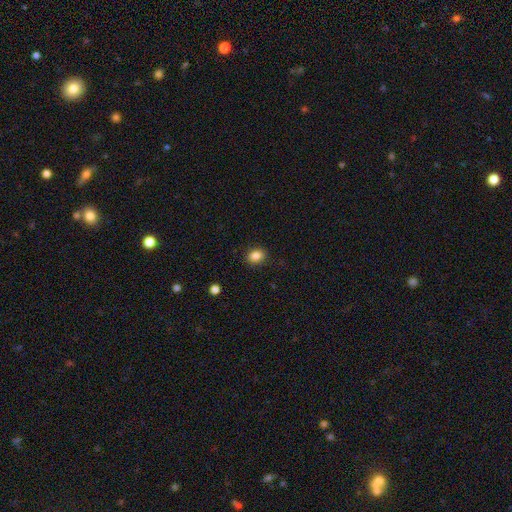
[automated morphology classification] Smooth or featured? Predicted: smooth (p=0.86). How rounded? Predicted: in between (p=0.53). Merging? Predicted: none (p=0.88).